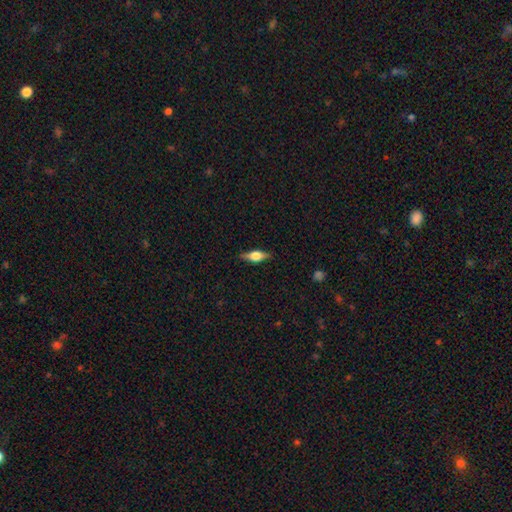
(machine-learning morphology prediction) Smooth or featured: featured or disk — 51% (smooth — 42%)
Edge-on disk: yes — 93% (no — 7%)
Merging: none — 85% (minor disturbance — 12%)